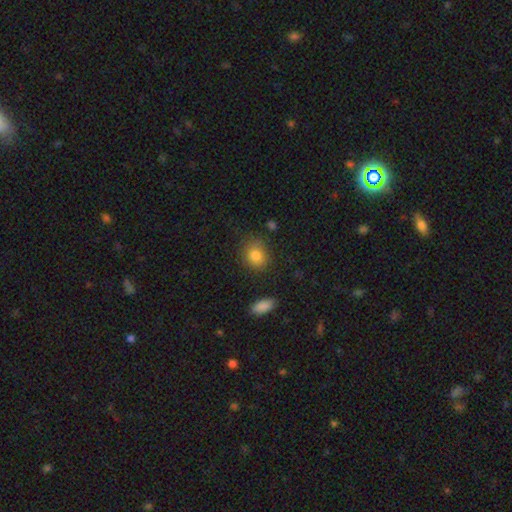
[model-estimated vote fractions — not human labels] Smooth or featured? smooth (83%)
How rounded? round (66%)
Merging? none (79%)